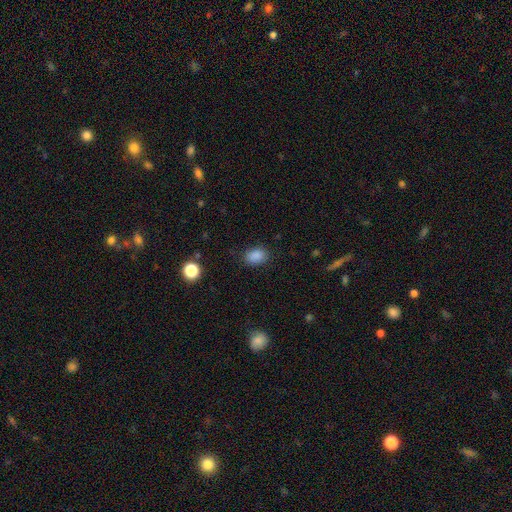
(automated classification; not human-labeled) Morphology: type=smooth (86%); roundness=in between (76%); merging=none (82%).